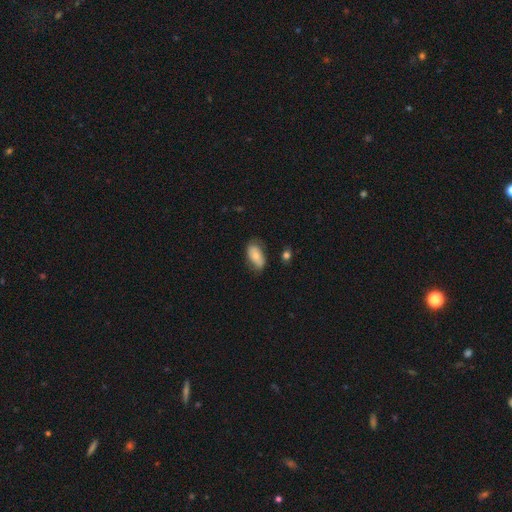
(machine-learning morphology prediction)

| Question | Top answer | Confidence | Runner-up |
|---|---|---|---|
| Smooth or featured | smooth | 66% | featured or disk (27%) |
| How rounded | in between | 92% | round (5%) |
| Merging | none | 62% | minor disturbance (28%) |